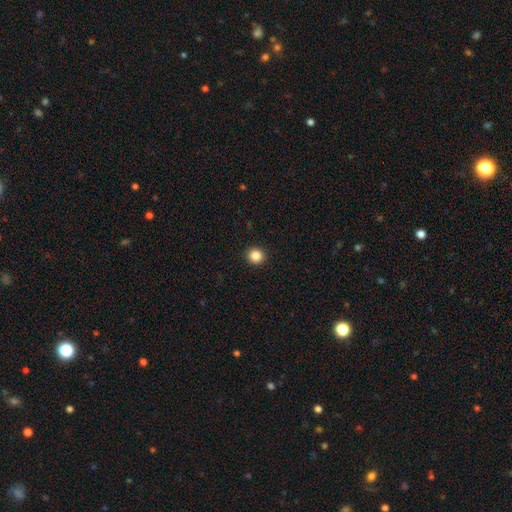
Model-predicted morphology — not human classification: A smooth galaxy with no disk features (86%) that is round (92%).

Vote fractions:
- Smooth or featured? smooth: 86% / star or artifact: 11% / featured or disk: 3%
- How rounded? round: 92% / in between: 7% / cigar-shaped: 1%
- Merging? none: 93% / minor disturbance: 4% / major disturbance: 2% / merger: 1%